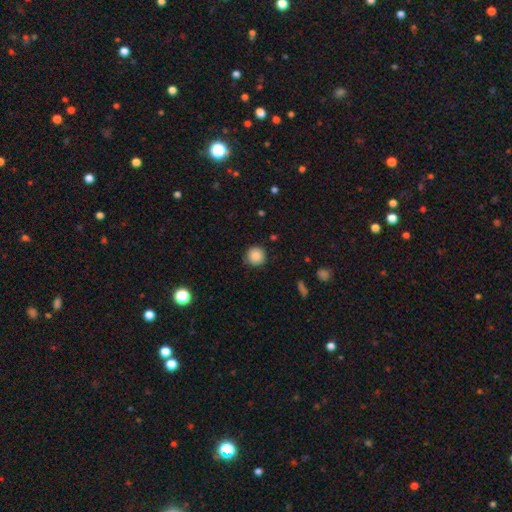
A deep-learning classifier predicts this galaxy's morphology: smooth-or-featured: smooth: 87% | star or artifact: 9% | featured or disk: 4%
  how-rounded: round: 95% | in between: 4% | cigar-shaped: 1%
  merging: none: 86% | minor disturbance: 11% | major disturbance: 3% | merger: 1%